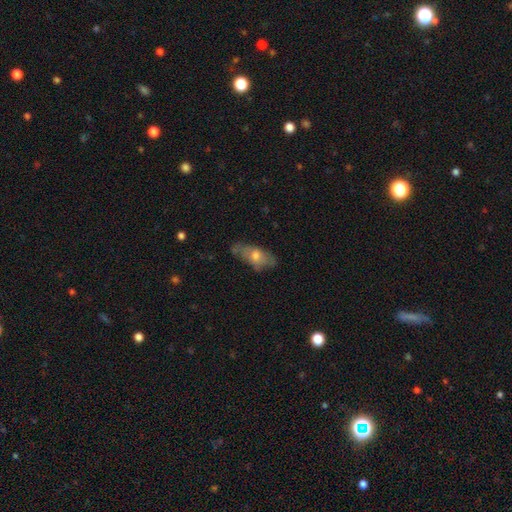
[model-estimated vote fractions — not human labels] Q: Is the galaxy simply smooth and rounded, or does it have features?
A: smooth — 56%.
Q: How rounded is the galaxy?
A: in between — 76%.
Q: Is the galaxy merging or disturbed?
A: none — 60%.